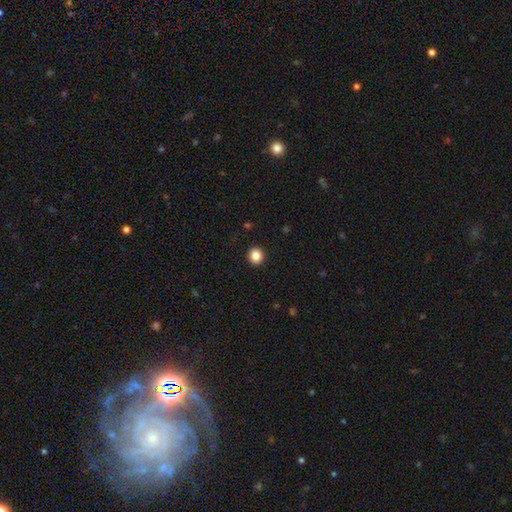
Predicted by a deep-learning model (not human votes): Morphology: type=smooth (86%); roundness=round (88%); merging=none (93%).